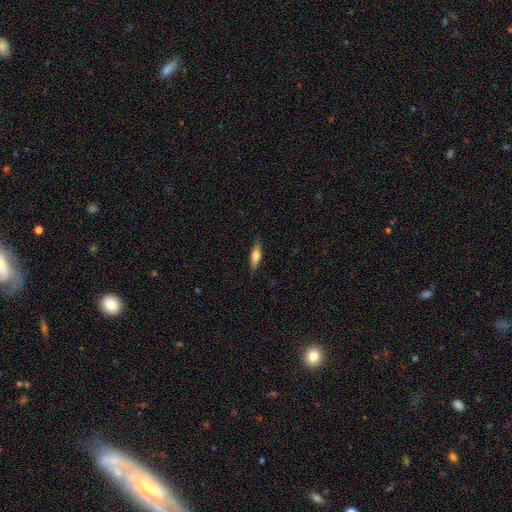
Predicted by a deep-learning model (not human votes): The model was most divided on "smooth or featured": smooth: 61%, featured or disk: 33%, star or artifact: 6%. More confident: merging — none (84%); how rounded — cigar-shaped (64%).